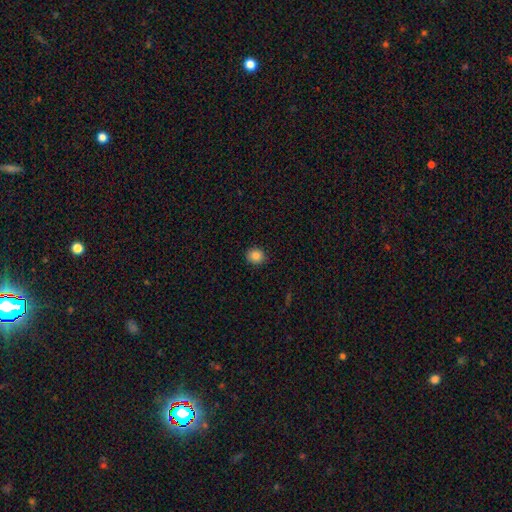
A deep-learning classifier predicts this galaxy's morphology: This appears to be a smooth galaxy with no disk features (85%) that is round (79%). Merging: none (90%).